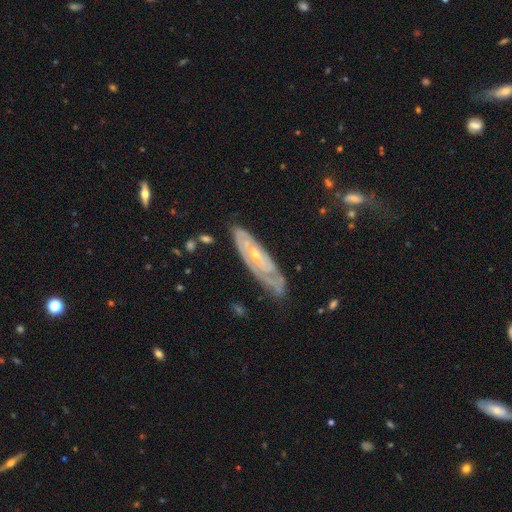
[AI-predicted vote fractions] Smooth or featured? featured or disk (79%)
Edge-on disk? no (79%)
Bar? no (75%)
Spiral arms? yes (83%)
Spiral winding? tight (72%)
Spiral arm count? can't tell (56%)
Bulge size? small (65%)
Merging? none (69%)